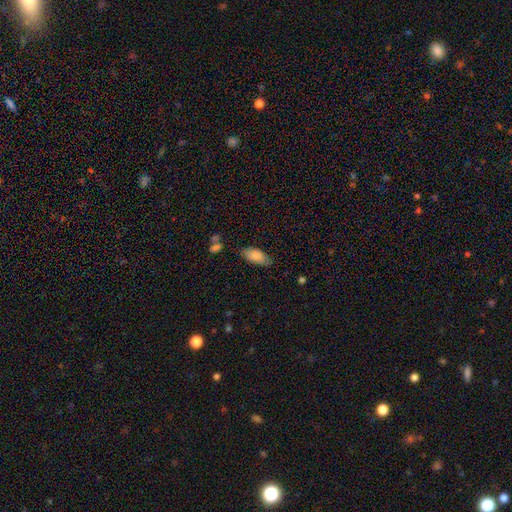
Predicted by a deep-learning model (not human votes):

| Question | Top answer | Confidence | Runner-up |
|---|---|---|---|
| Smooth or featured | smooth | 85% | featured or disk (8%) |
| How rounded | in between | 90% | cigar-shaped (8%) |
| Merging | none | 76% | minor disturbance (18%) |